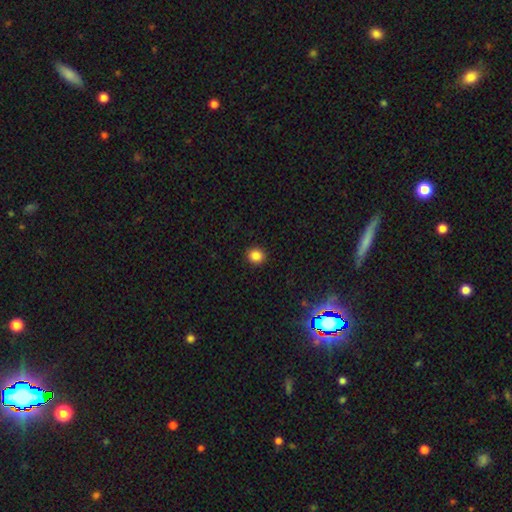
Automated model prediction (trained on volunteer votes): This is clearly a smooth galaxy (85%). How rounded: clearly round (82%). Merging: clearly none (92%).